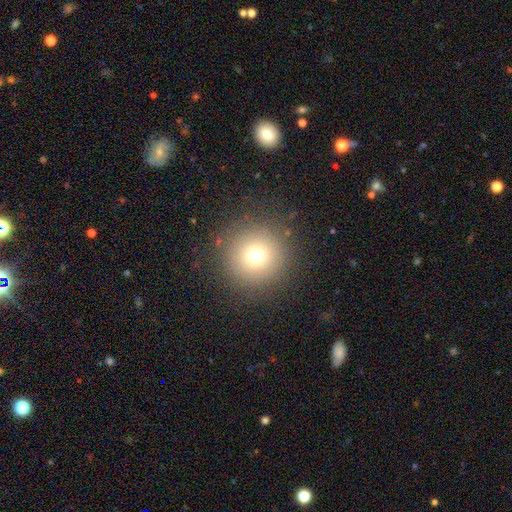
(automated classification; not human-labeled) Overall: smooth (70%). How rounded: round (96%). Merging: none (87%).